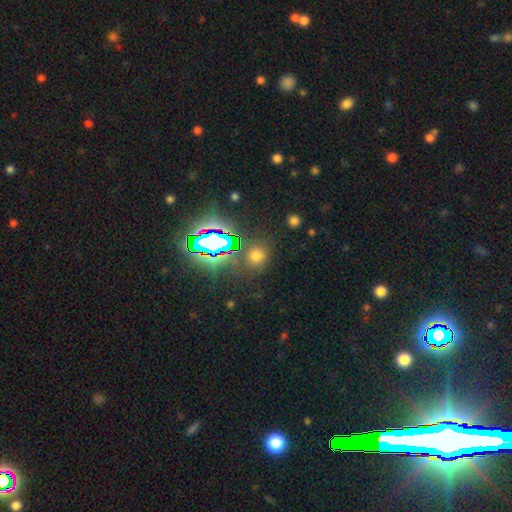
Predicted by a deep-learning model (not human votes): This is possibly a smooth galaxy (58%). How rounded: clearly round (80%). Merging: clearly none (81%).